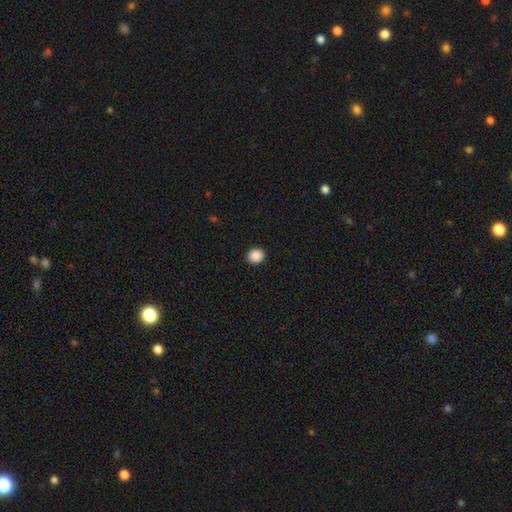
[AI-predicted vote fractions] Smooth or featured? Predicted: smooth (p=0.89). How rounded? Predicted: round (p=0.74). Merging? Predicted: none (p=0.92).